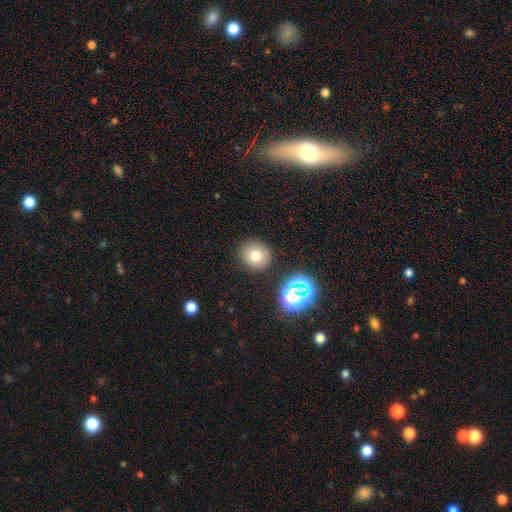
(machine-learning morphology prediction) Smooth or featured?
  - smooth: 73% *
  - star or artifact: 17%
  - featured or disk: 10%
How rounded?
  - round: 85% *
  - in between: 14%
  - cigar-shaped: 1%
Merging?
  - none: 86% *
  - minor disturbance: 8%
  - merger: 3%
  - major disturbance: 3%